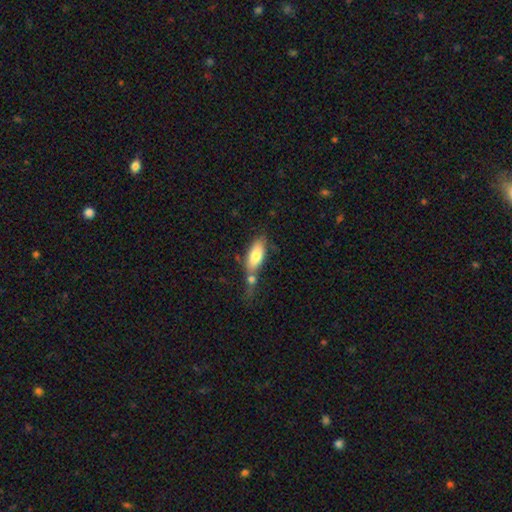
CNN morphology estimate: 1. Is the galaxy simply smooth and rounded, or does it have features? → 77% smooth, 17% featured or disk, 6% star or artifact.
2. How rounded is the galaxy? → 80% in between, 17% cigar-shaped, 3% round.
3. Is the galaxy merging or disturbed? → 41% none, 35% merger, 17% minor disturbance, 8% major disturbance.